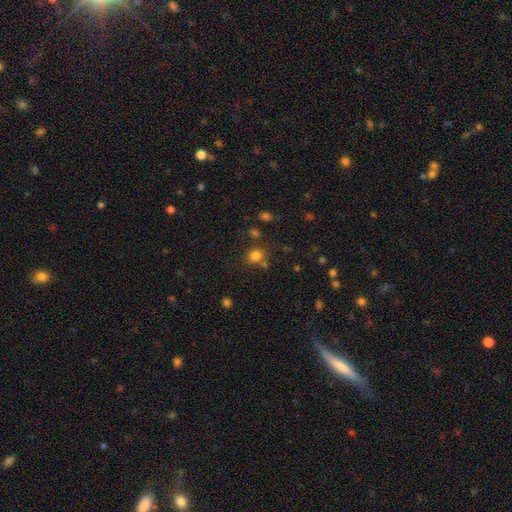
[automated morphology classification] A smooth galaxy with no disk features (80%) that is round (76%). Merging: none (73%).